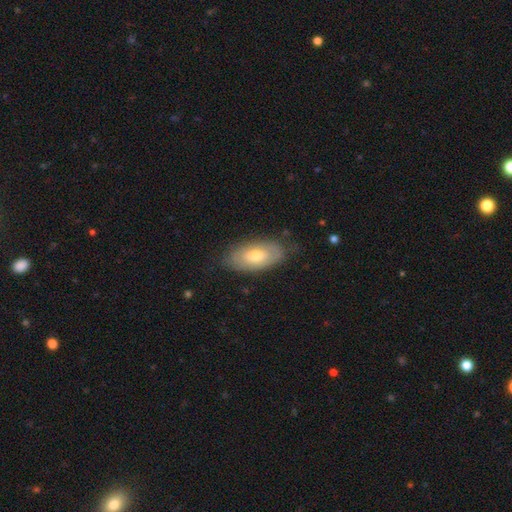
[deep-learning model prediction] Smooth or featured?
  - smooth: 57% *
  - featured or disk: 37%
  - star or artifact: 6%
How rounded?
  - in between: 92% *
  - cigar-shaped: 4%
  - round: 4%
Merging?
  - none: 76% *
  - minor disturbance: 18%
  - major disturbance: 4%
  - merger: 1%